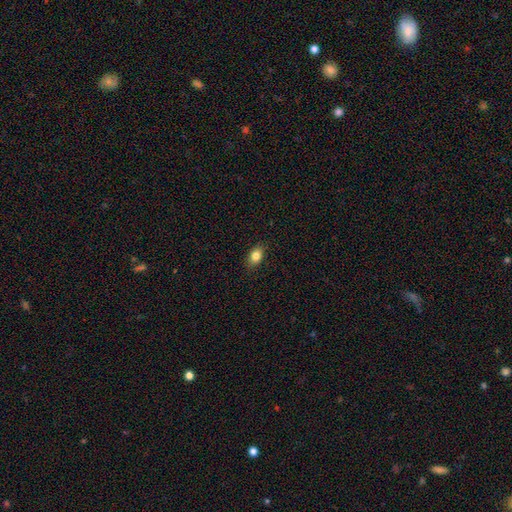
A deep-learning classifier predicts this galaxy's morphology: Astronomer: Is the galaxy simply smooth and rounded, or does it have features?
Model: smooth — 83%.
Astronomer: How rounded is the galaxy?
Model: in between — 80%.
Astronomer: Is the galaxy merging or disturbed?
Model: none — 88%.